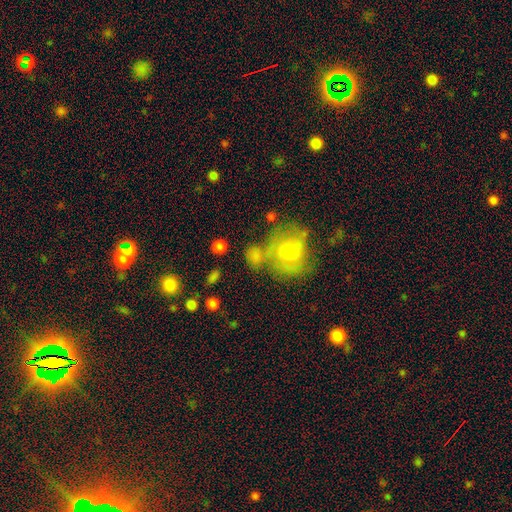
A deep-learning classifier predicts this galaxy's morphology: smooth-or-featured: smooth: 73% | featured or disk: 15% | star or artifact: 12%
  how-rounded: round: 68% | in between: 30% | cigar-shaped: 2%
  merging: none: 47% | merger: 31% | minor disturbance: 14% | major disturbance: 8%